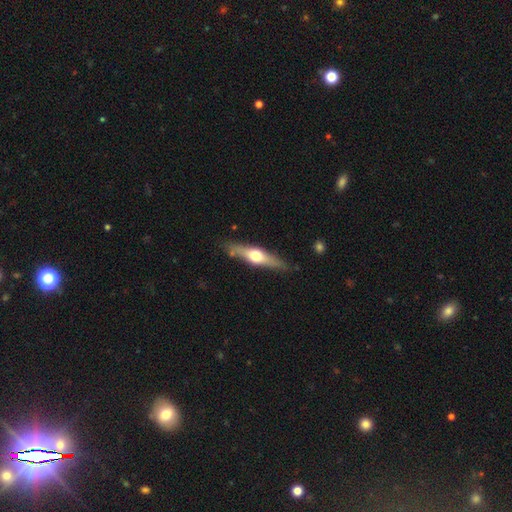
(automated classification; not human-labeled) This appears to be a featured or disk galaxy (62%) viewed edge-on (94%) with a rounded central bulge (94%). Merging: none (83%).